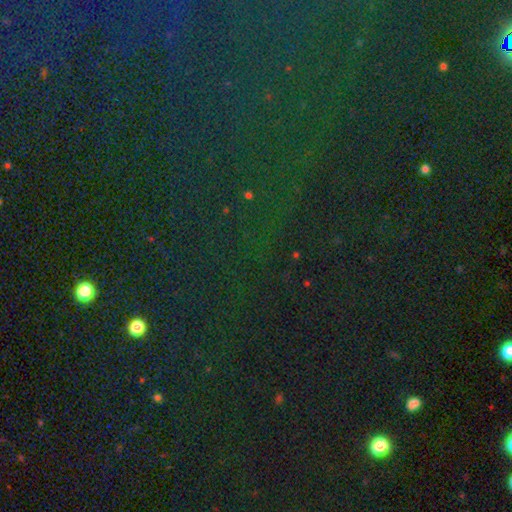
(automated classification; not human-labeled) smooth-or-featured: star or artifact: 84% | smooth: 10% | featured or disk: 7%